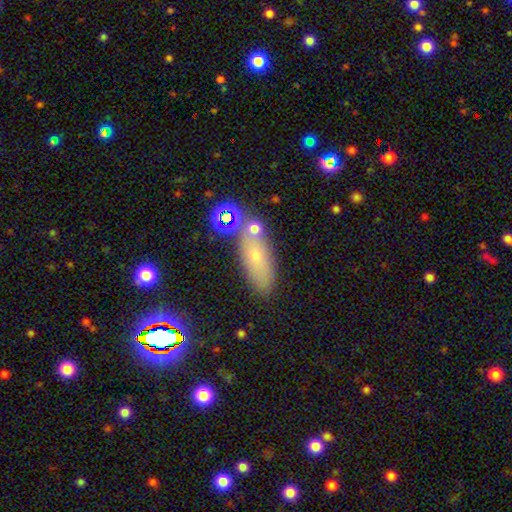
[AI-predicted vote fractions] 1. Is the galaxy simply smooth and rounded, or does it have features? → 63% smooth, 21% featured or disk, 16% star or artifact.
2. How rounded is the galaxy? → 65% in between, 29% cigar-shaped, 5% round.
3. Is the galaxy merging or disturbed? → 67% none, 15% minor disturbance, 13% merger, 5% major disturbance.